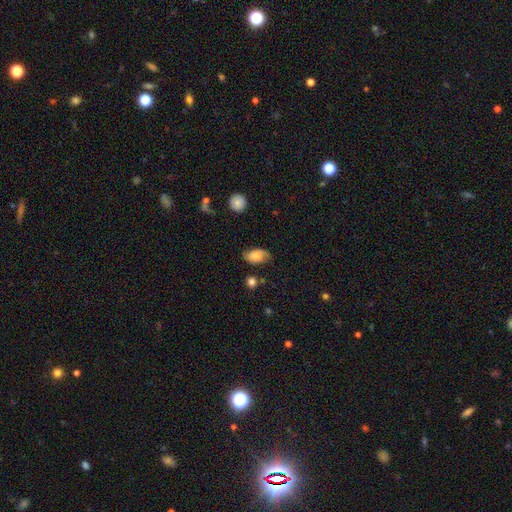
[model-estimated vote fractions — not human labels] Overall: smooth (66%). How rounded: in between (90%). Merging: none (58%; minor disturbance 30%).